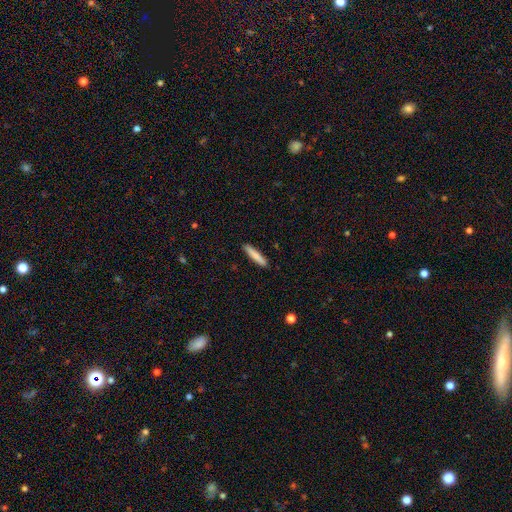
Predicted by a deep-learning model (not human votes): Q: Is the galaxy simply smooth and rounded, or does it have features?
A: smooth — 82%.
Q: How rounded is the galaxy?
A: cigar-shaped — 92%.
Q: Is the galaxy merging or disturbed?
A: none — 90%.